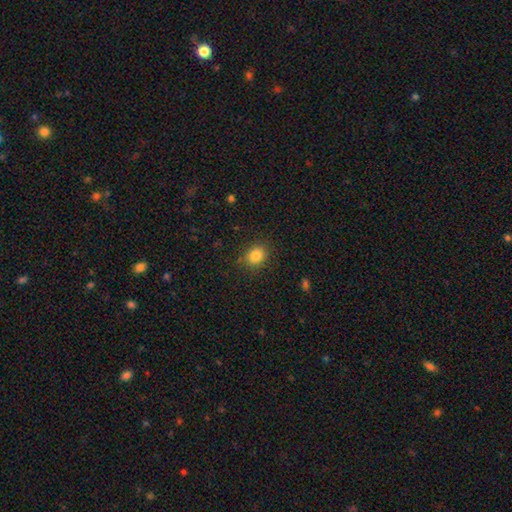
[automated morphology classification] Smooth or featured?
  - smooth: 84% *
  - star or artifact: 11%
  - featured or disk: 5%
How rounded?
  - round: 61% *
  - in between: 38%
  - cigar-shaped: 1%
Merging?
  - none: 85% *
  - minor disturbance: 10%
  - major disturbance: 3%
  - merger: 1%